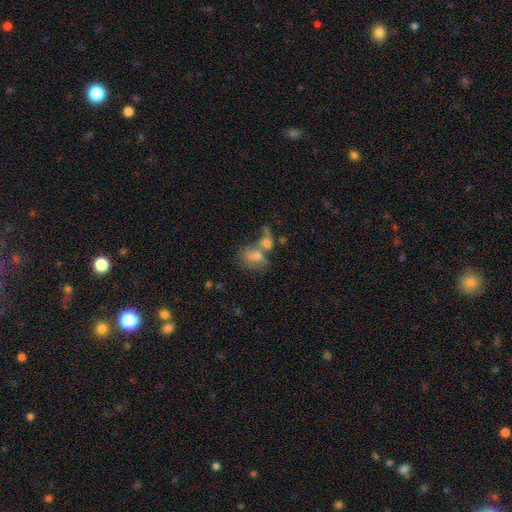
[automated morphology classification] Smooth or featured: smooth — 56% (star or artifact — 22%)
How rounded: in between — 68% (round — 29%)
Merging: none — 40% (tied with merger — 40%)